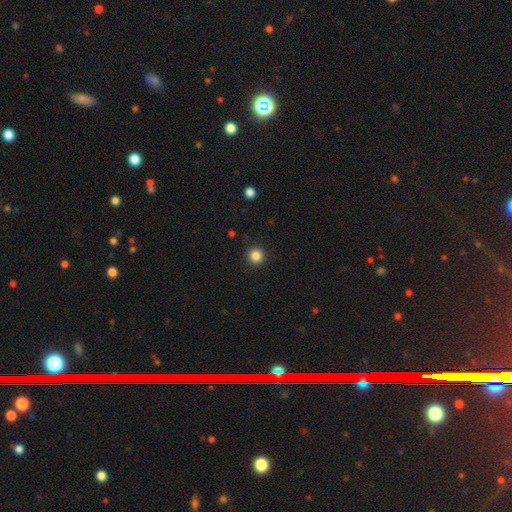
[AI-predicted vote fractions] Overall: smooth (85%). How rounded: round (95%). Merging: none (93%).